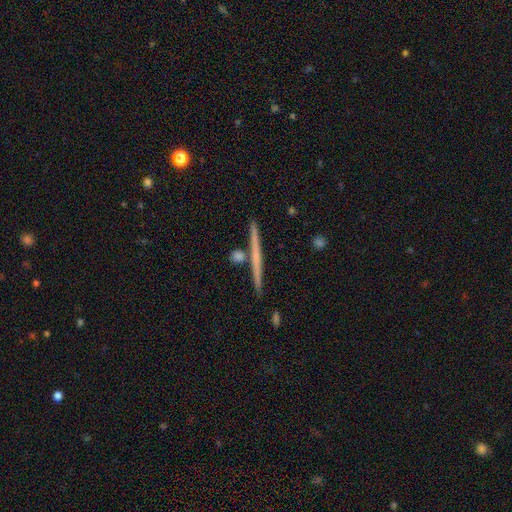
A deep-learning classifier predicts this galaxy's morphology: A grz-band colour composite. It shows a featured or disk galaxy (56%) viewed edge-on (98%) with no central bulge (82%). Merging: none (88%).